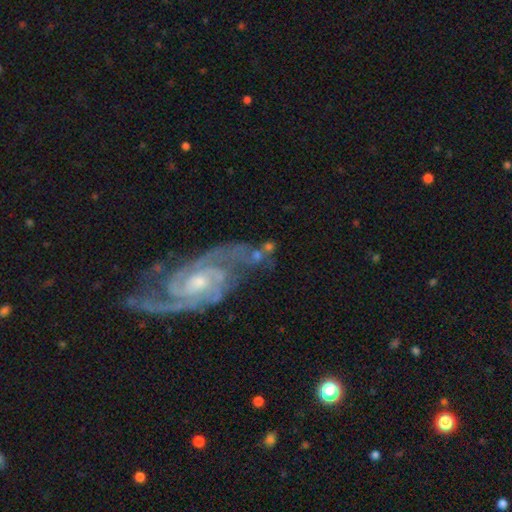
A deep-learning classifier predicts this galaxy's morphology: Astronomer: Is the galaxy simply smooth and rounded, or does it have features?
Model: featured or disk — 81%.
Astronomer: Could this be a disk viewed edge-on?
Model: no — 95%.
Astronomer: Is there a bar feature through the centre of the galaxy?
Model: no — 62%.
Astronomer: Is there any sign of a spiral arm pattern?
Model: yes — 93%.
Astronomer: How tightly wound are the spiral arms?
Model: tight — 48% (runner-up: medium, 40%).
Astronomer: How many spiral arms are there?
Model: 2 — 51%.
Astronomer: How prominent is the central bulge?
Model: small — 55% (runner-up: moderate, 37%).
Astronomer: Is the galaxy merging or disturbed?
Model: none — 55%.